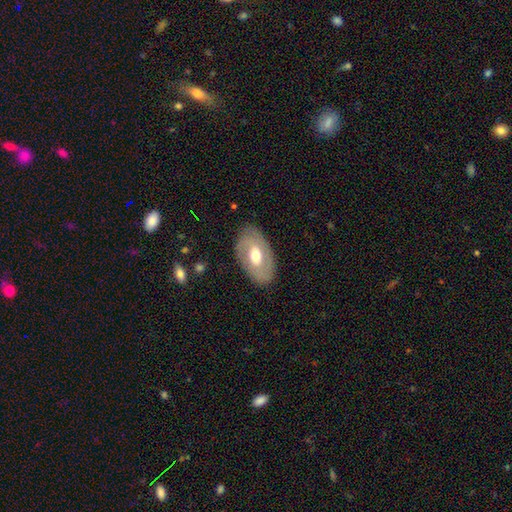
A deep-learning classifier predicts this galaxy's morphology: The model was most divided on "smooth or featured": featured or disk: 49%, smooth: 45%, star or artifact: 6%. More confident: merging — none (82%).